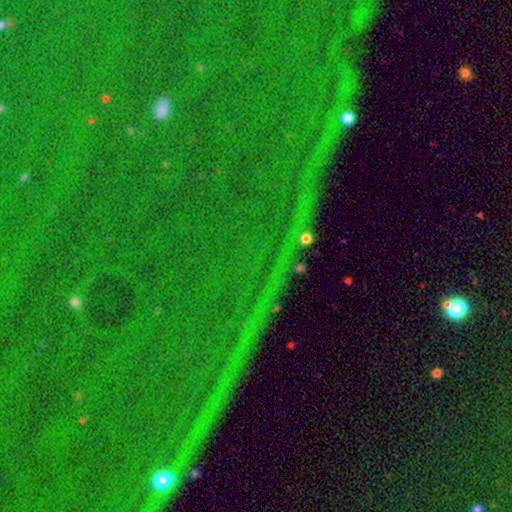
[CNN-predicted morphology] smooth-or-featured: star or artifact: 83% | featured or disk: 9% | smooth: 8%